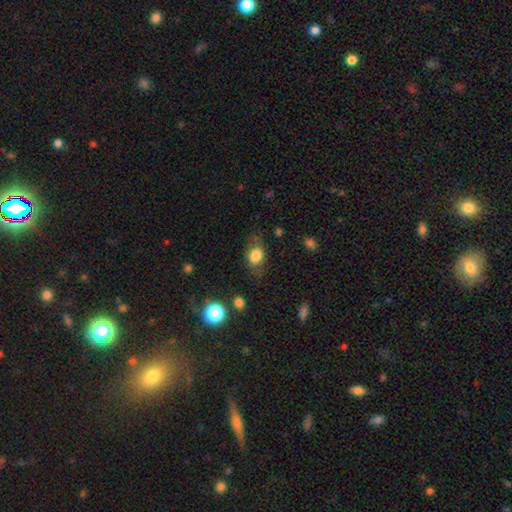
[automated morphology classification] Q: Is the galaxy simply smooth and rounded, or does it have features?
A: smooth — 77%.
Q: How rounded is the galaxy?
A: in between — 62%.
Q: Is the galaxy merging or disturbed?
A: none — 66%.